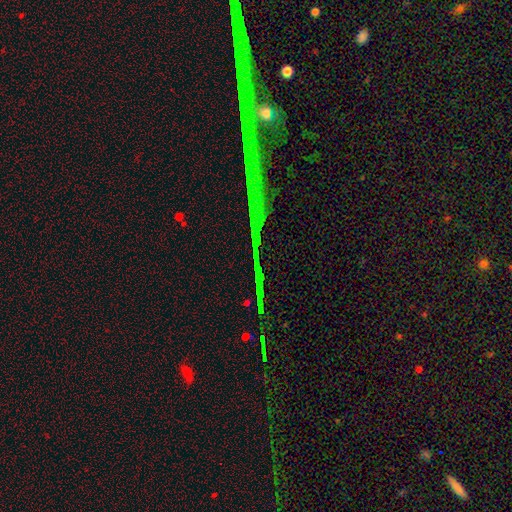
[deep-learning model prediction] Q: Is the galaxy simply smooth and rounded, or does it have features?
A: star or artifact — 78%.